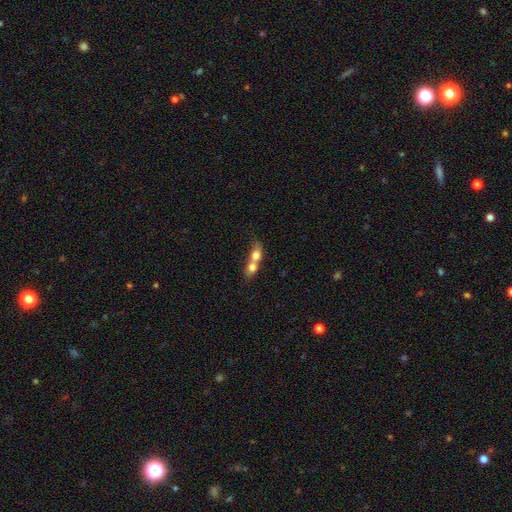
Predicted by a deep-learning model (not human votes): A smooth galaxy with no disk features (68%) that is in between round and cigar-shaped (50%). Merging: merger (81%).